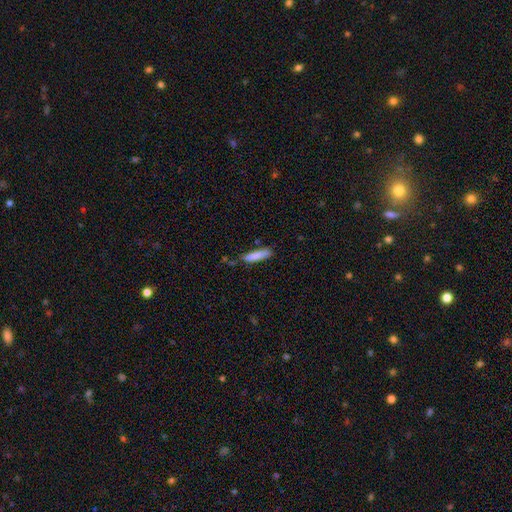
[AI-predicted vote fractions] Smooth or featured?
  - smooth: 83% *
  - featured or disk: 10%
  - star or artifact: 7%
How rounded?
  - cigar-shaped: 82% *
  - in between: 17%
  - round: 1%
Merging?
  - none: 71% *
  - minor disturbance: 21%
  - merger: 4%
  - major disturbance: 4%